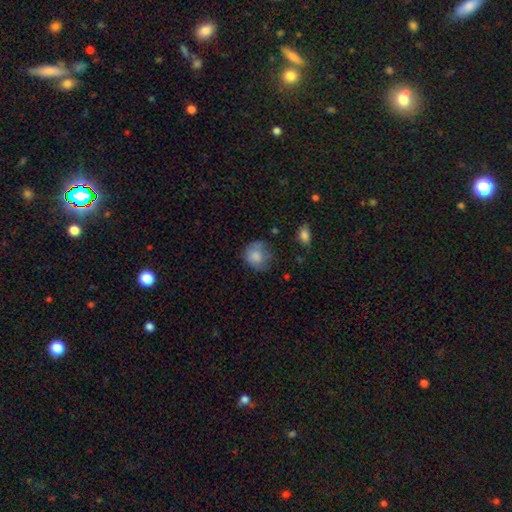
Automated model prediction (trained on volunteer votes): This appears to be a smooth galaxy with no disk features (76%) that is round (73%). Merging: none (52%).